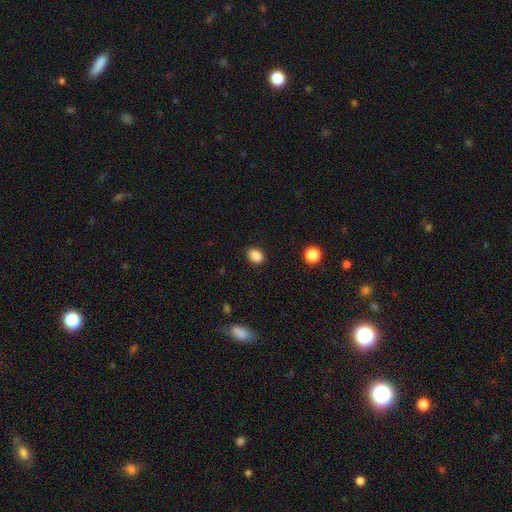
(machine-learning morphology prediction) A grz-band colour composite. It shows a smooth galaxy with no disk features (87%) that is in between round and cigar-shaped (57%). Merging: none (88%).